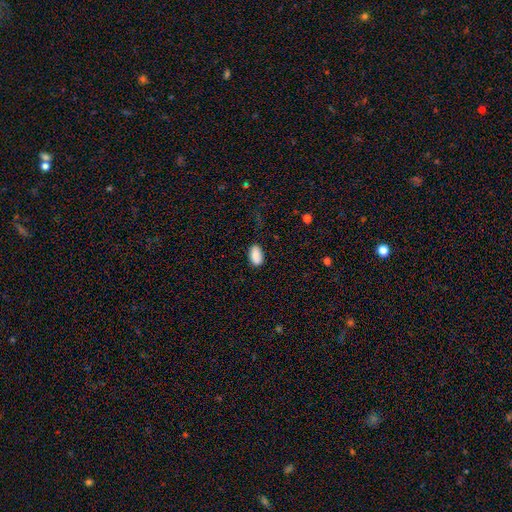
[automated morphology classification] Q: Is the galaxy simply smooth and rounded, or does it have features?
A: smooth — 90%.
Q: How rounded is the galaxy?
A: in between — 94%.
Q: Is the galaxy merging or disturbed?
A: none — 83%.